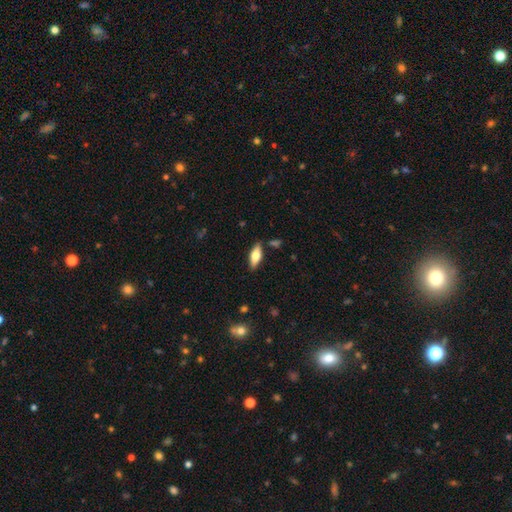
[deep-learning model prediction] This appears to be a smooth galaxy with no disk features (59%) that is in between round and cigar-shaped (69%). Merging: none (85%).